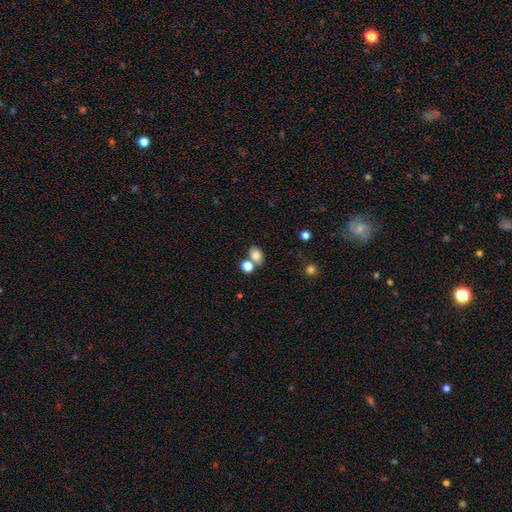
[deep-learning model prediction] This is clearly a smooth galaxy (81%). How rounded: likely in between (69%). Merging: possibly none (57%).